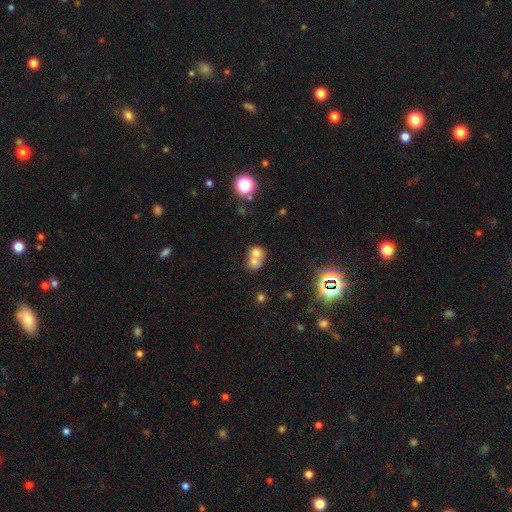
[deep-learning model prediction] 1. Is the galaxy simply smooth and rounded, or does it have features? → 65% smooth, 21% featured or disk, 14% star or artifact.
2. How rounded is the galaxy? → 64% round, 35% in between, 1% cigar-shaped.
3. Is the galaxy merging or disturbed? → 70% merger, 22% none, 6% minor disturbance, 3% major disturbance.